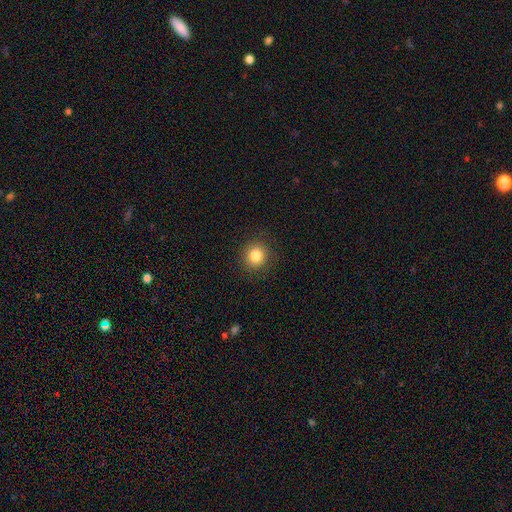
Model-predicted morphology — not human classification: A smooth galaxy with no disk features (82%) that is round (90%). Merging: none (90%).